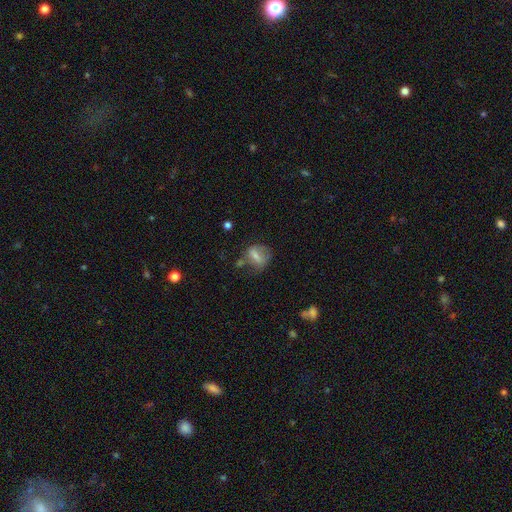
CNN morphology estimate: The model was most divided on "how rounded": in between: 49%, round: 45%, cigar-shaped: 6%. More confident: merging — none (56%); smooth or featured — smooth (54%).